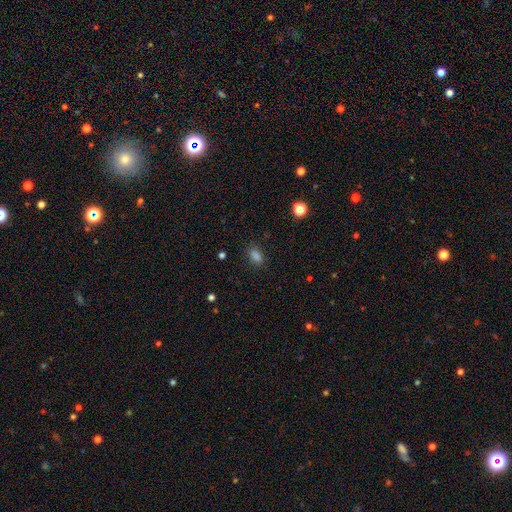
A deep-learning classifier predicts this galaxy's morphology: smooth 79%, star or artifact 16%, featured or disk 4%. Down the decision tree: how rounded — in between (79%); merging — none (83%).